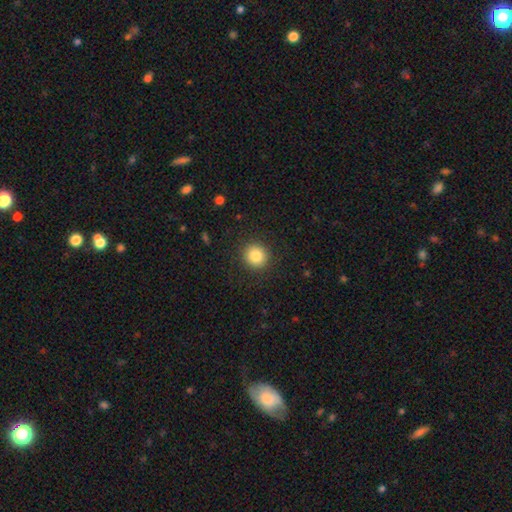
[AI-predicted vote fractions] Smooth or featured: smooth — 84% (star or artifact — 10%)
How rounded: round — 92% (in between — 7%)
Merging: none — 91% (minor disturbance — 6%)